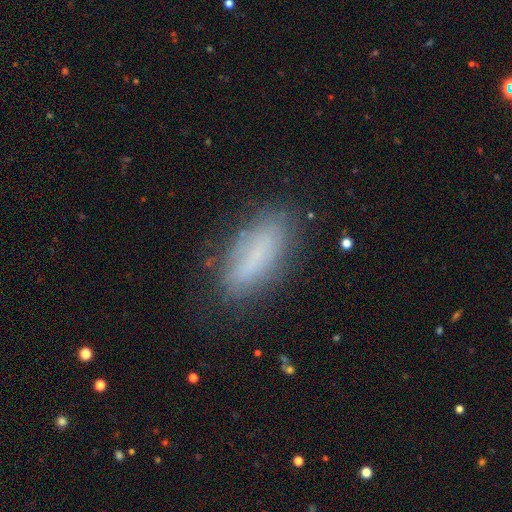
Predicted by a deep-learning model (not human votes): This is likely a smooth galaxy (65%). How rounded: likely in between (72%). Merging: likely none (72%).